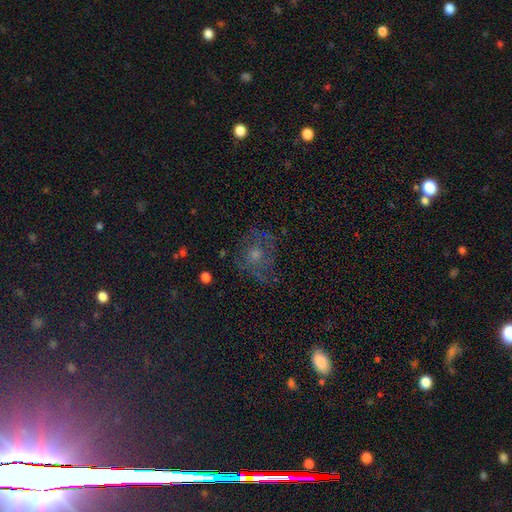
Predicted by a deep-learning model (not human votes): Q: Smooth or featured?
A: featured or disk (49%); runner-up: smooth (31%)
Q: Merging?
A: none (65%); runner-up: minor disturbance (19%)